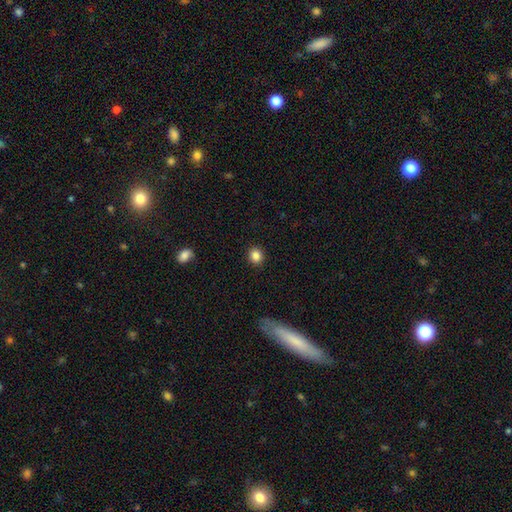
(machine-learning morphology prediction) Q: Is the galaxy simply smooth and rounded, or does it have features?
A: smooth — 86%.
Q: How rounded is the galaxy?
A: round — 82%.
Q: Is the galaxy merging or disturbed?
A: none — 91%.